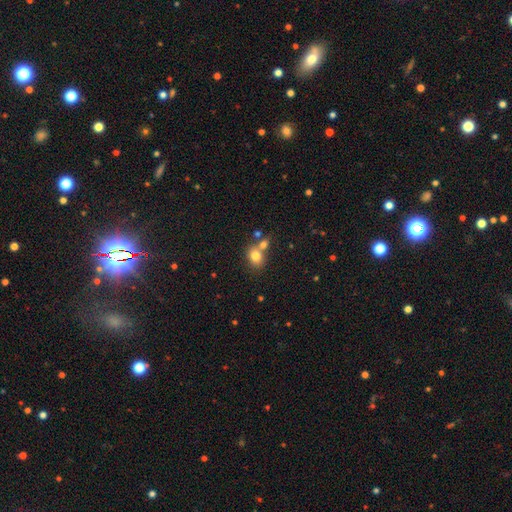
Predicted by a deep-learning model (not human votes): This is likely a smooth galaxy (79%). How rounded: possibly in between (52%). Merging: possibly none (48%).